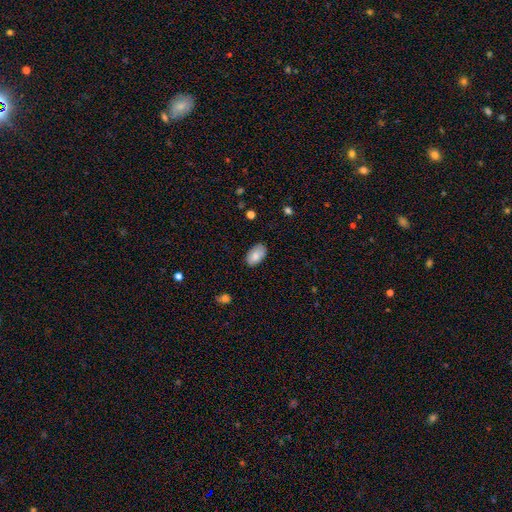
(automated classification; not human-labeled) This appears to be a smooth galaxy with no disk features (80%) that is in between round and cigar-shaped (94%). Merging: none (78%).